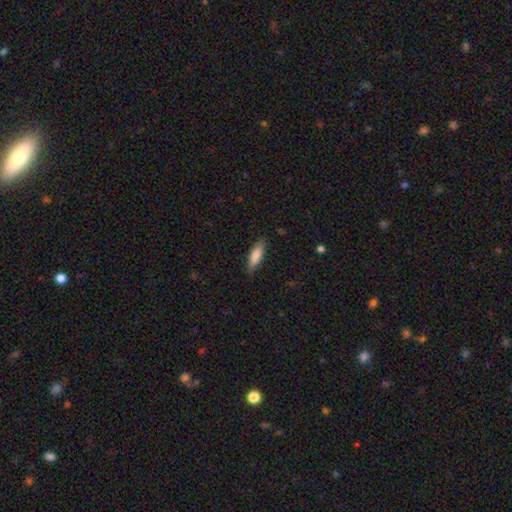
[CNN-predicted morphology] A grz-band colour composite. It shows a smooth galaxy with no disk features (82%) that is cigar-shaped (53%). Merging: none (83%).